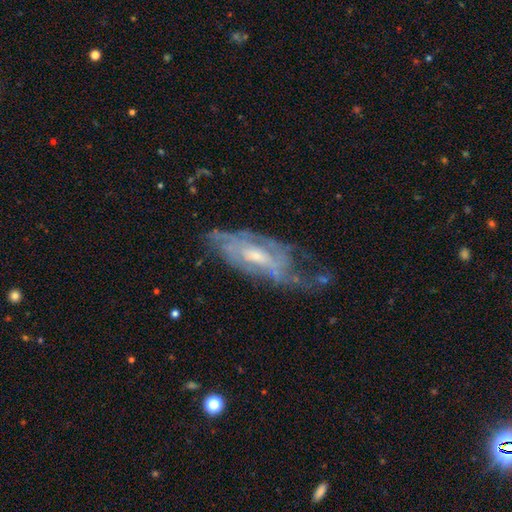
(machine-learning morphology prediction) The model was most divided on "bar": no: 50%, weak: 41%, strong: 9%. Remaining: edge-on disk — no (86%); spiral arms — yes (80%); smooth or featured — featured or disk (77%); spiral arm count — can't tell (55%); bulge size — moderate (52%); spiral winding — tight (47%); merging — none (46%).